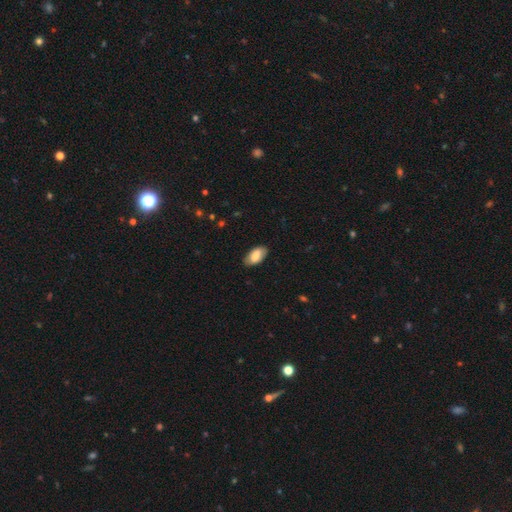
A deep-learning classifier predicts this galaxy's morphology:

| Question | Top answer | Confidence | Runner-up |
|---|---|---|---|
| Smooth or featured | smooth | 81% | featured or disk (13%) |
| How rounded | in between | 94% | cigar-shaped (3%) |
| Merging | none | 82% | minor disturbance (14%) |